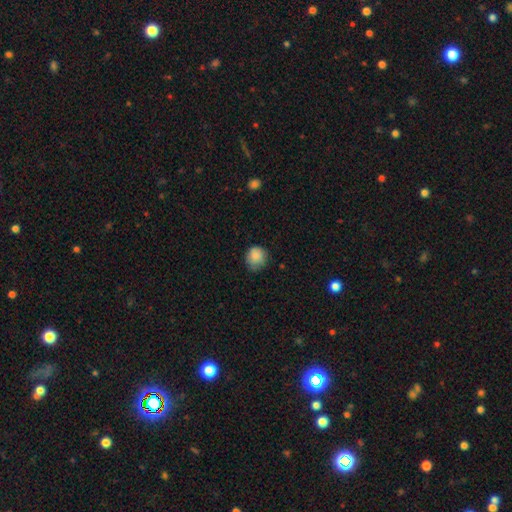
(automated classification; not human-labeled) A smooth galaxy with no disk features (85%) that is round (83%). Merging: none (70%).